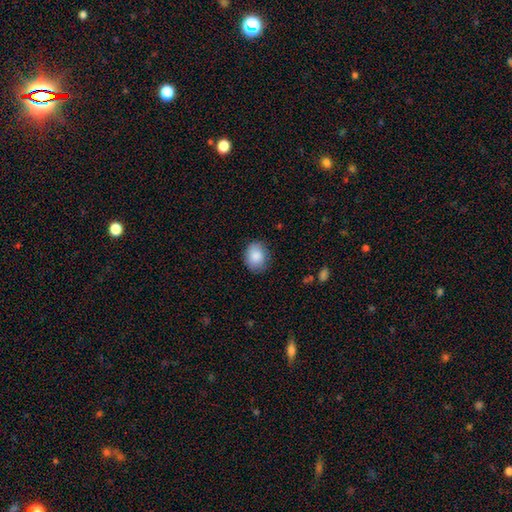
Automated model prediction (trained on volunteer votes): smooth_or_featured: smooth (p=0.87) [alt: star or artifact p=0.07]
how_rounded: round (p=0.50) [alt: in between p=0.49]
merging: none (p=0.81) [alt: minor disturbance p=0.15]